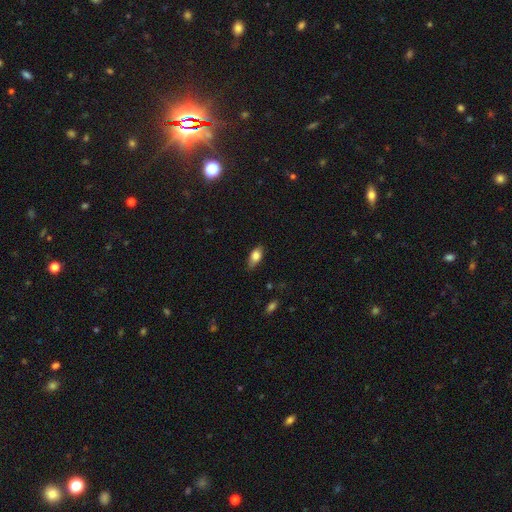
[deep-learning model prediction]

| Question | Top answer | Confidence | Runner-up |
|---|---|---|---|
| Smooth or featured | smooth | 79% | featured or disk (13%) |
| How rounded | in between | 86% | cigar-shaped (10%) |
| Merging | none | 75% | minor disturbance (20%) |